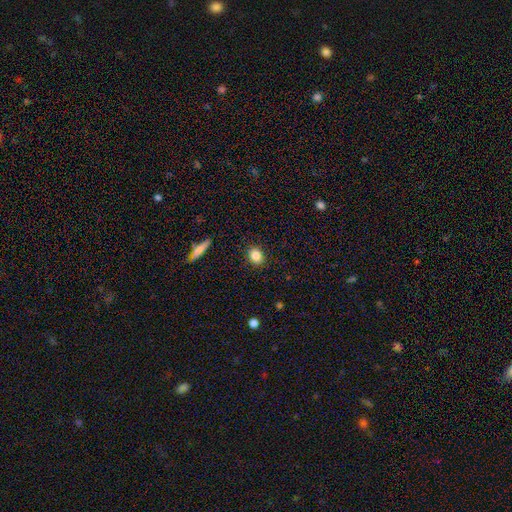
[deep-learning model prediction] Smooth or featured?
  - smooth: 85% *
  - star or artifact: 9%
  - featured or disk: 6%
How rounded?
  - round: 53% *
  - in between: 45%
  - cigar-shaped: 2%
Merging?
  - none: 89% *
  - minor disturbance: 8%
  - major disturbance: 2%
  - merger: 1%